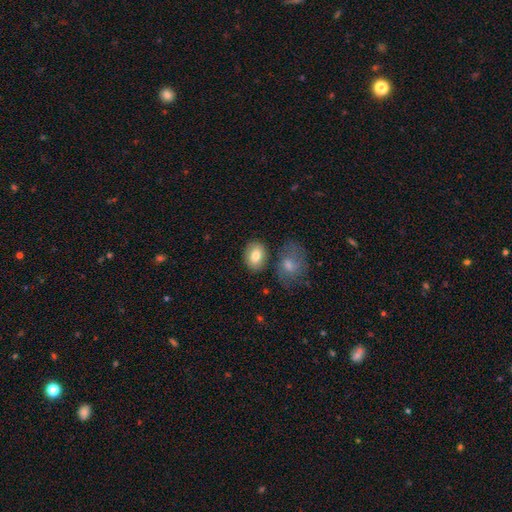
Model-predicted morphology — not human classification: Q: Smooth or featured?
A: smooth (79%); runner-up: featured or disk (13%)
Q: How rounded?
A: in between (72%); runner-up: round (27%)
Q: Merging?
A: none (73%); runner-up: minor disturbance (12%)